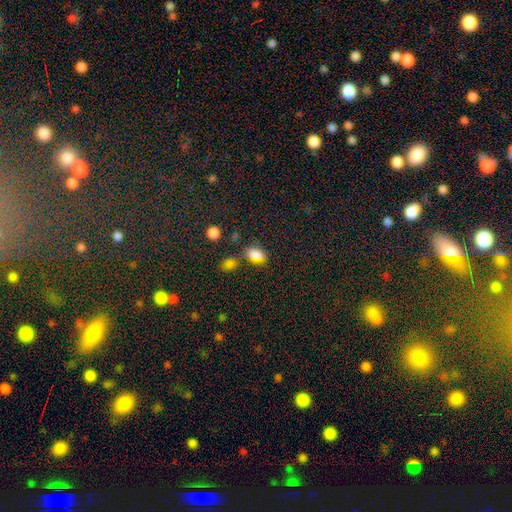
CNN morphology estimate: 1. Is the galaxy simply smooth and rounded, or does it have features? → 75% smooth, 18% star or artifact, 7% featured or disk.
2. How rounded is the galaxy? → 81% in between, 16% round, 3% cigar-shaped.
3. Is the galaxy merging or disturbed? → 64% none, 16% minor disturbance, 14% merger, 6% major disturbance.